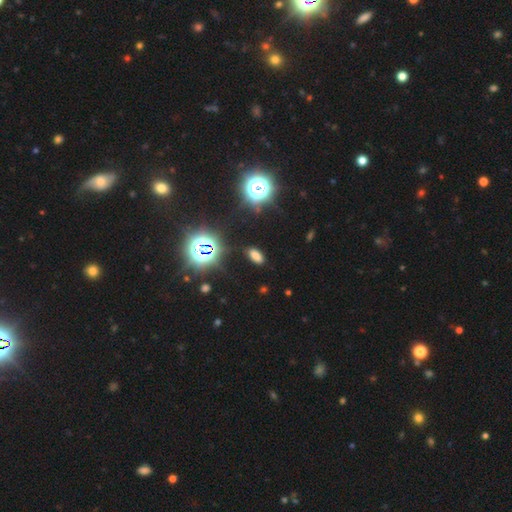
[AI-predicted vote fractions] Smooth or featured? Predicted: smooth (p=0.66). How rounded? Predicted: in between (p=0.86). Merging? Predicted: none (p=0.86).